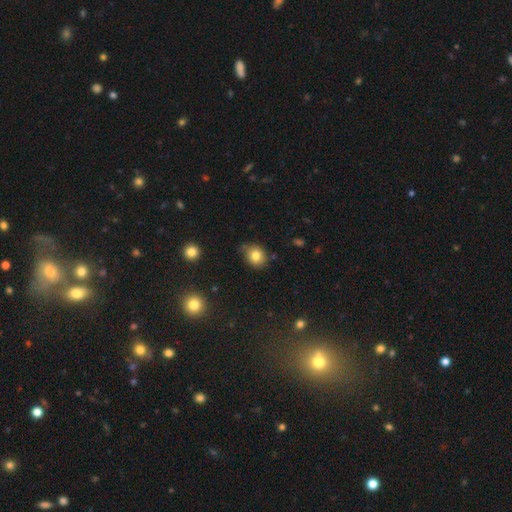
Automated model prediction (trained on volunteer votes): A smooth galaxy with no disk features (80%) that is round (71%).

Vote fractions:
- Smooth or featured? smooth: 80% / star or artifact: 11% / featured or disk: 9%
- How rounded? round: 71% / in between: 28% / cigar-shaped: 1%
- Merging? none: 77% / minor disturbance: 16% / merger: 4% / major disturbance: 3%